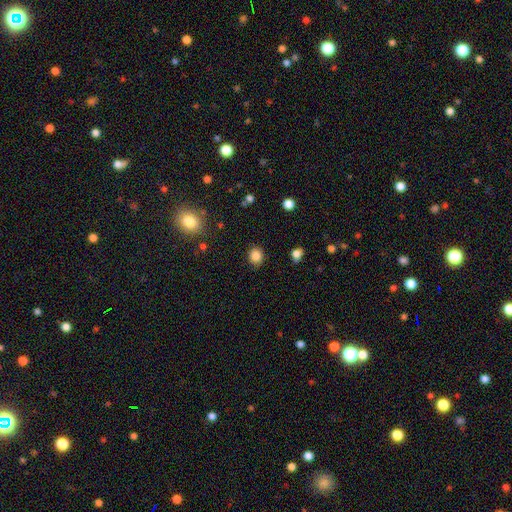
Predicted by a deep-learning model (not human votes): Smooth or featured: smooth — 85% (star or artifact — 11%)
How rounded: round — 75% (in between — 24%)
Merging: none — 87% (minor disturbance — 9%)